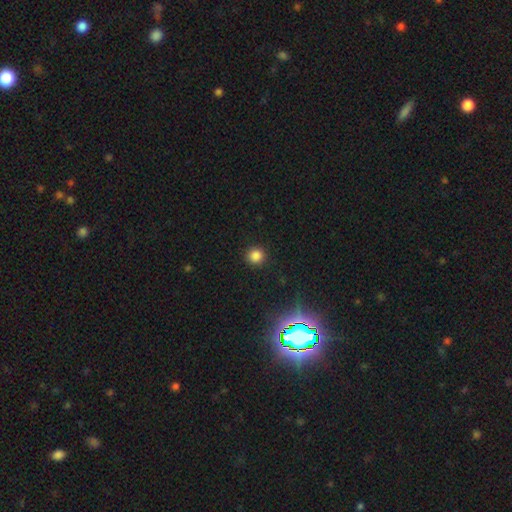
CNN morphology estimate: Smooth or featured? smooth (82%)
How rounded? round (92%)
Merging? none (91%)